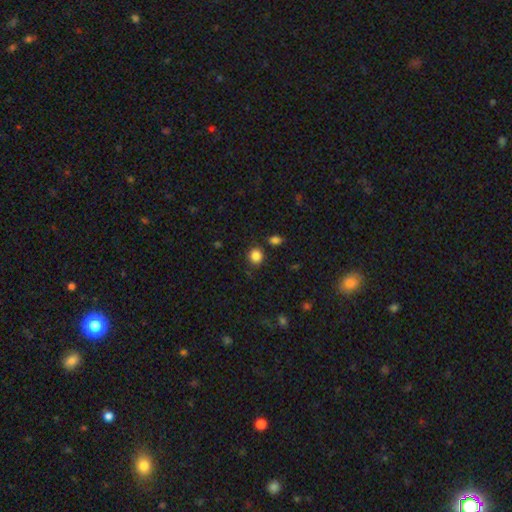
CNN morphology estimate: A smooth galaxy with no disk features (86%) that is round (80%). Merging: none (81%).